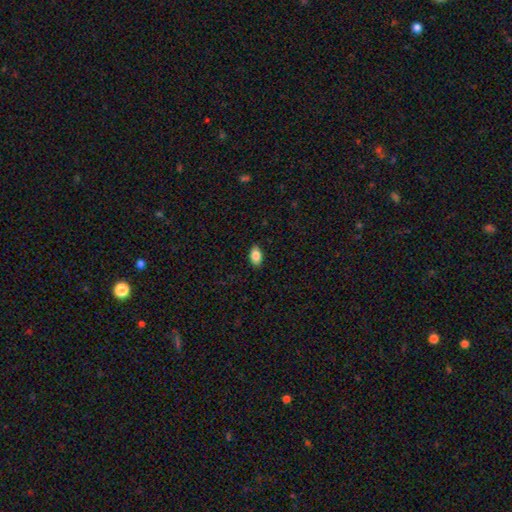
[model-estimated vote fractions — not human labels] Smooth or featured? Predicted: smooth (p=0.86). How rounded? Predicted: in between (p=0.92). Merging? Predicted: none (p=0.89).